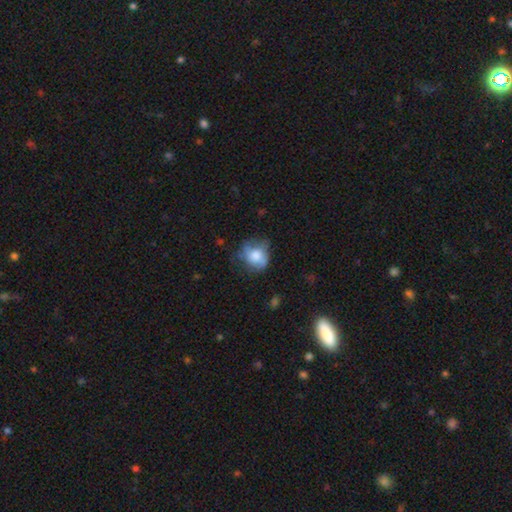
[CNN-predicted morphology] smooth-or-featured: smooth: 64% | featured or disk: 28% | star or artifact: 9%
  how-rounded: round: 67% | in between: 31% | cigar-shaped: 1%
  merging: none: 52% | minor disturbance: 29% | major disturbance: 16% | merger: 2%